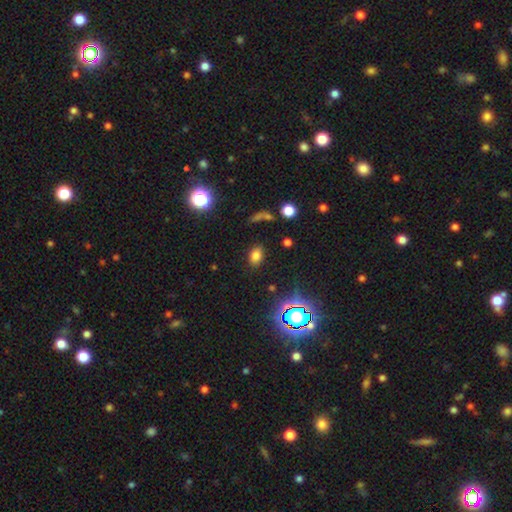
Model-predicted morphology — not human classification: Smooth or featured? Predicted: smooth (p=0.73). How rounded? Predicted: in between (p=0.81). Merging? Predicted: none (p=0.84).